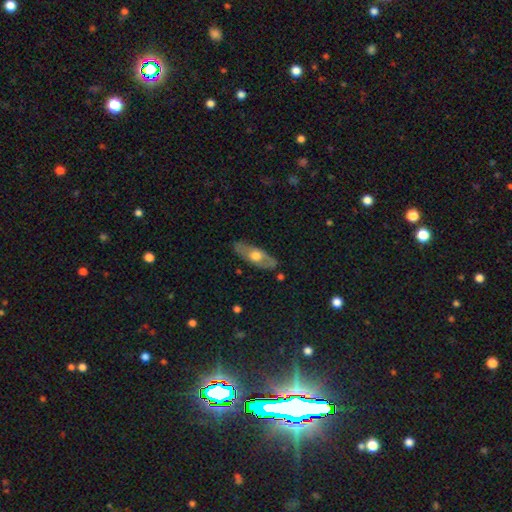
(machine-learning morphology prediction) The model was most divided on "smooth or featured": featured or disk: 50%, smooth: 44%, star or artifact: 6%. More confident: merging — none (81%); edge-on disk — no (59%).